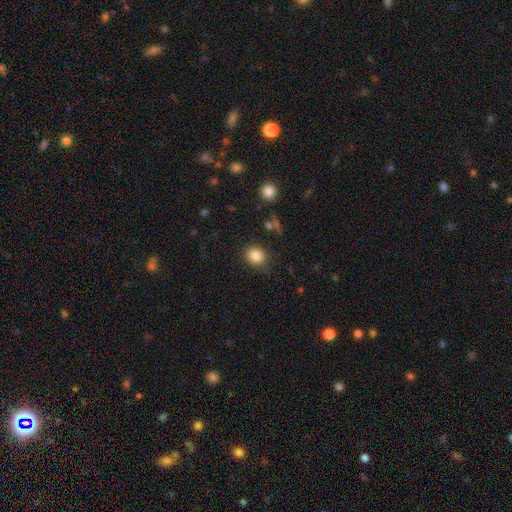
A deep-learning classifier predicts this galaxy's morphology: smooth-or-featured: smooth: 84% | star or artifact: 10% | featured or disk: 5%
  how-rounded: round: 76% | in between: 23% | cigar-shaped: 1%
  merging: none: 81% | minor disturbance: 12% | major disturbance: 4% | merger: 2%